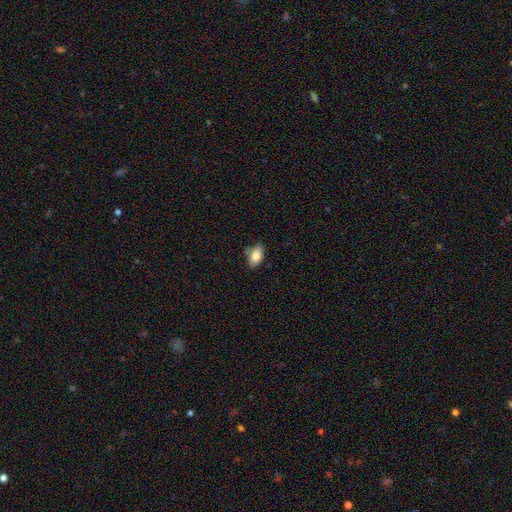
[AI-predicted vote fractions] Smooth or featured: smooth — 82% (featured or disk — 10%)
How rounded: in between — 91% (round — 7%)
Merging: none — 75% (minor disturbance — 19%)